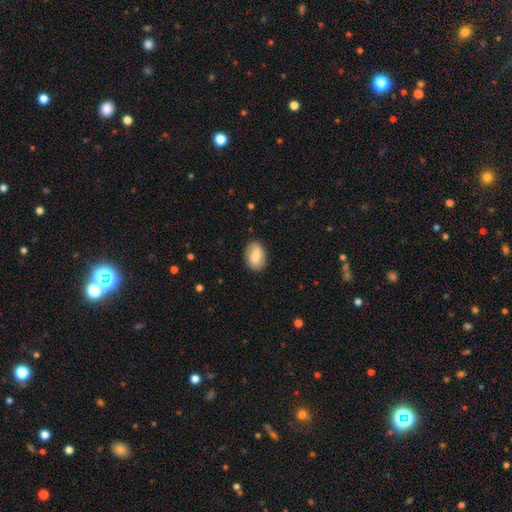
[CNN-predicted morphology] Overall: smooth (80%). How rounded: in between (87%). Merging: none (86%).